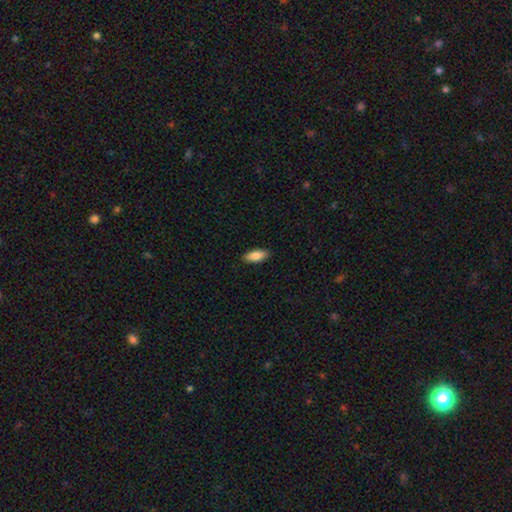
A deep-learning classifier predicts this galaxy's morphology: Smooth or featured? Predicted: smooth (p=0.84). How rounded? Predicted: in between (p=0.79). Merging? Predicted: none (p=0.89).